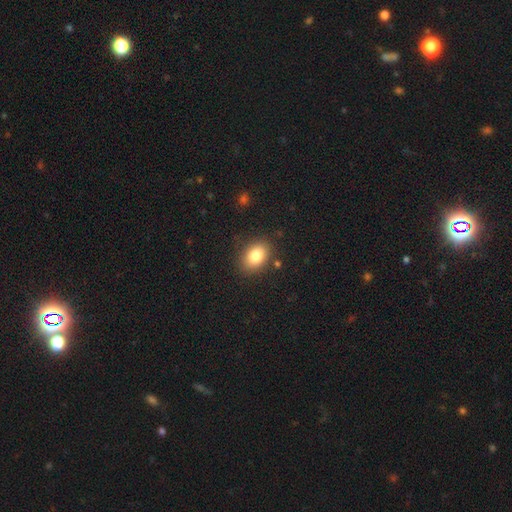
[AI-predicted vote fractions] smooth-or-featured: smooth: 82% | featured or disk: 9% | star or artifact: 9%
  how-rounded: in between: 79% | round: 20% | cigar-shaped: 1%
  merging: none: 84% | minor disturbance: 11% | major disturbance: 3% | merger: 2%